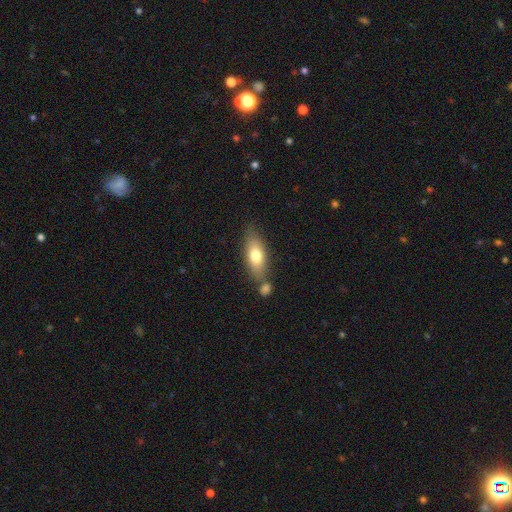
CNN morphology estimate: Smooth or featured: smooth — 71% (featured or disk — 22%)
How rounded: in between — 73% (cigar-shaped — 24%)
Merging: none — 64% (merger — 18%)